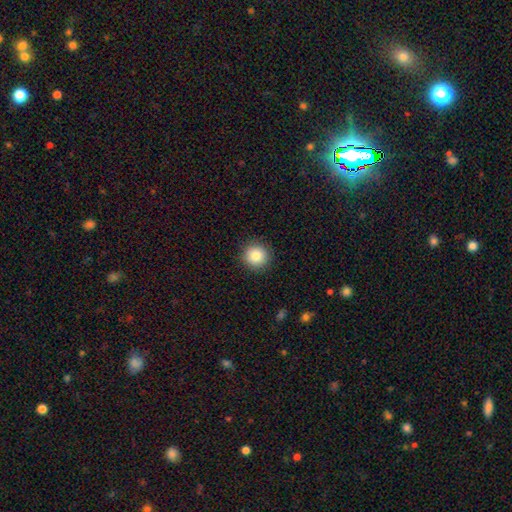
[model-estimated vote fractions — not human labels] Smooth or featured? smooth (82%)
How rounded? round (95%)
Merging? none (91%)